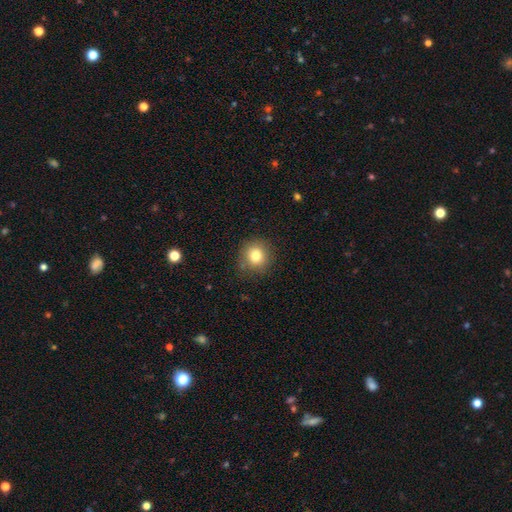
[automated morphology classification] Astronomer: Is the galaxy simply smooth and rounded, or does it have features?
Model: smooth — 81%.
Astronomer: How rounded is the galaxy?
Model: round — 88%.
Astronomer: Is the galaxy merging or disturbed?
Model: none — 83%.